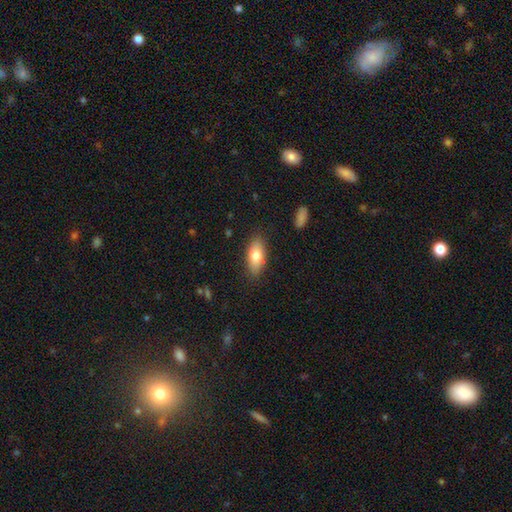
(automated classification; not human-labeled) Q: Smooth or featured?
A: smooth (77%); runner-up: featured or disk (16%)
Q: How rounded?
A: in between (84%); runner-up: cigar-shaped (12%)
Q: Merging?
A: none (85%); runner-up: minor disturbance (11%)